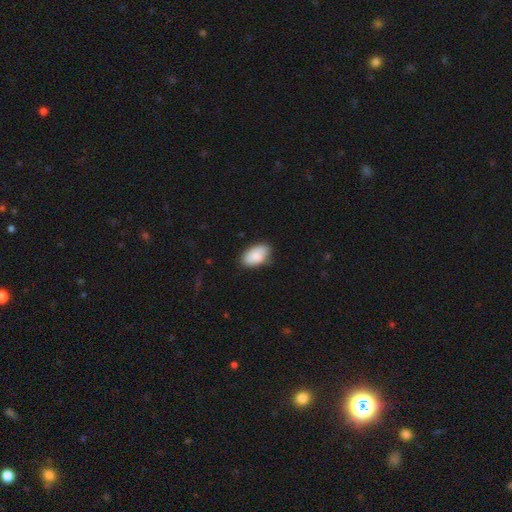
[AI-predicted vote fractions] This appears to be a smooth galaxy with no disk features (88%) that is in between round and cigar-shaped (94%). Merging: none (75%).